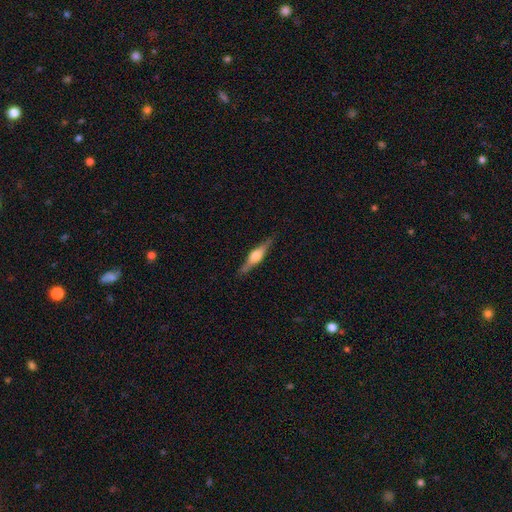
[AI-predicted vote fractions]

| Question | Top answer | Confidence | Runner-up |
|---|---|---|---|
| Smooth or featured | featured or disk | 71% | smooth (23%) |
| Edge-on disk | yes | 97% | no (3%) |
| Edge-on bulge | rounded | 90% | boxy (8%) |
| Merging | none | 87% | minor disturbance (10%) |